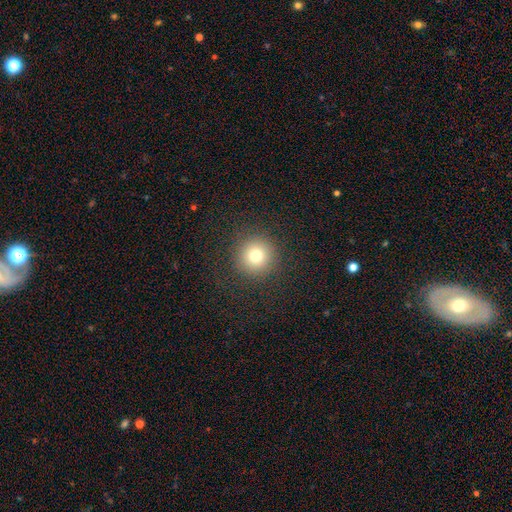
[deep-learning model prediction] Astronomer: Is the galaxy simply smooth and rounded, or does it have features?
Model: smooth — 77%.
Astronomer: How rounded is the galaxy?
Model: round — 95%.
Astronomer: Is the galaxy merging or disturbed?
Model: none — 90%.